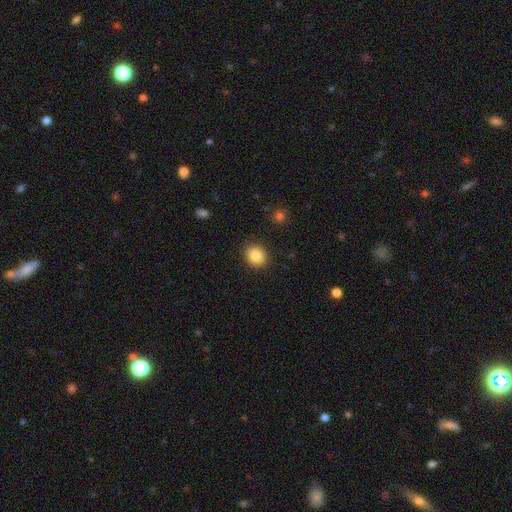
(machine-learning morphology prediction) A smooth galaxy with no disk features (86%) that is round (73%).

Vote fractions:
- Smooth or featured? smooth: 86% / star or artifact: 9% / featured or disk: 5%
- How rounded? round: 73% / in between: 26% / cigar-shaped: 1%
- Merging? none: 89% / minor disturbance: 7% / major disturbance: 2% / merger: 1%